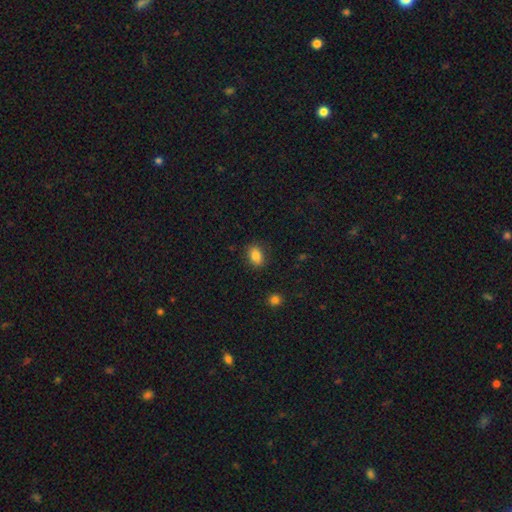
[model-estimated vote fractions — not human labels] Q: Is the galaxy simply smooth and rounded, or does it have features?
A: smooth — 85%.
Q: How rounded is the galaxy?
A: in between — 77%.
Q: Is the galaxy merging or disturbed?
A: none — 85%.